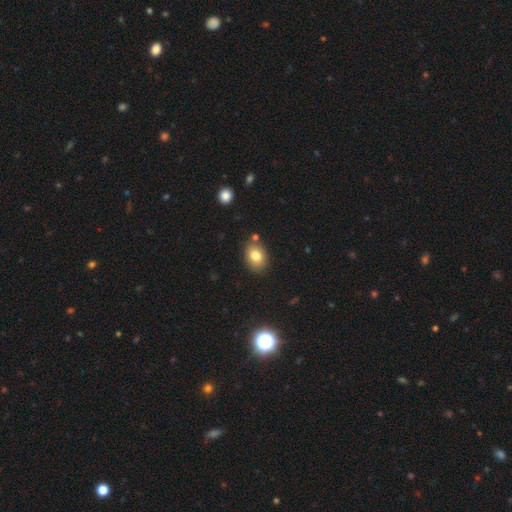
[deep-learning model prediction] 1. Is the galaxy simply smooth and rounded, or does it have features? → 80% smooth, 10% featured or disk, 10% star or artifact.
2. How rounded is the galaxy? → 73% in between, 26% round, 1% cigar-shaped.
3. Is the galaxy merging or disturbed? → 80% none, 12% minor disturbance, 5% merger, 3% major disturbance.